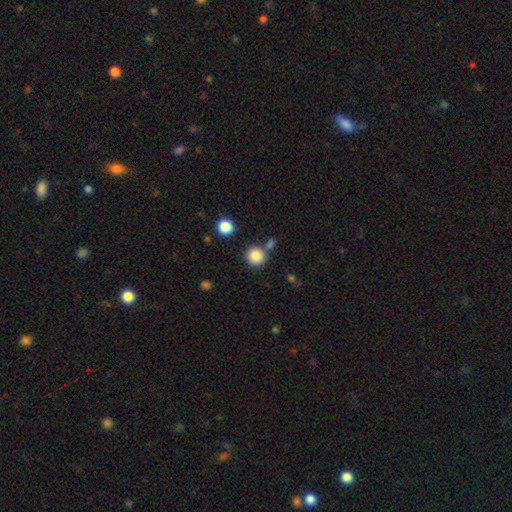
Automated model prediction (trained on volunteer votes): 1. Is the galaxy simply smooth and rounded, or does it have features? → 86% smooth, 10% star or artifact, 4% featured or disk.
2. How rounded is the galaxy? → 93% round, 6% in between, 1% cigar-shaped.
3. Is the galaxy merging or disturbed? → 76% none, 12% merger, 9% minor disturbance, 3% major disturbance.